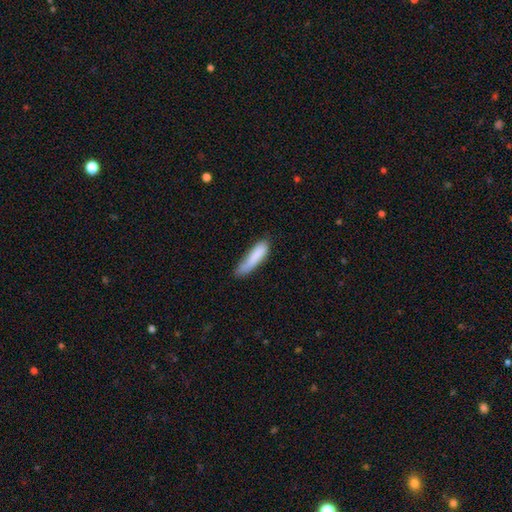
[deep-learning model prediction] Smooth or featured? Predicted: smooth (p=0.83). How rounded? Predicted: cigar-shaped (p=0.73). Merging? Predicted: none (p=0.52).